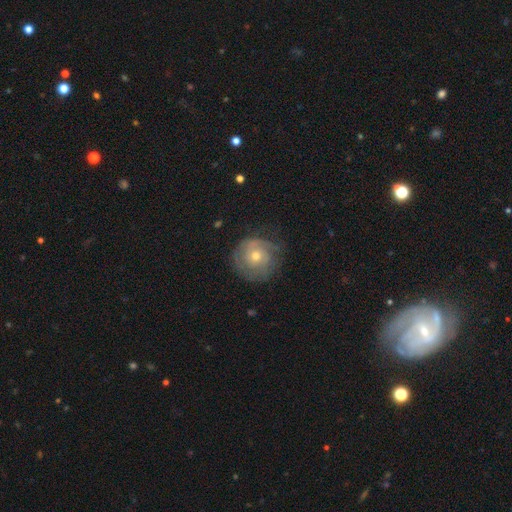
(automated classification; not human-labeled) The model was most divided on "bulge size": moderate: 56%, small: 40%, large: 2%, none: 1%, dominant: 1%. More confident: edge-on disk — no (97%); bar — no (82%); spiral arms — yes (81%); merging — none (69%); smooth or featured — featured or disk (62%).